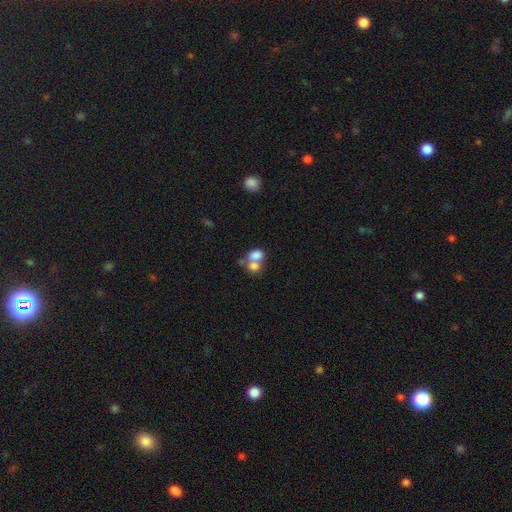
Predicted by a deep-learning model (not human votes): A smooth galaxy with no disk features (76%) that is in between round and cigar-shaped (65%).

Vote fractions:
- Smooth or featured? smooth: 76% / featured or disk: 15% / star or artifact: 10%
- How rounded? in between: 65% / round: 34% / cigar-shaped: 1%
- Merging? merger: 65% / none: 24% / minor disturbance: 7% / major disturbance: 5%